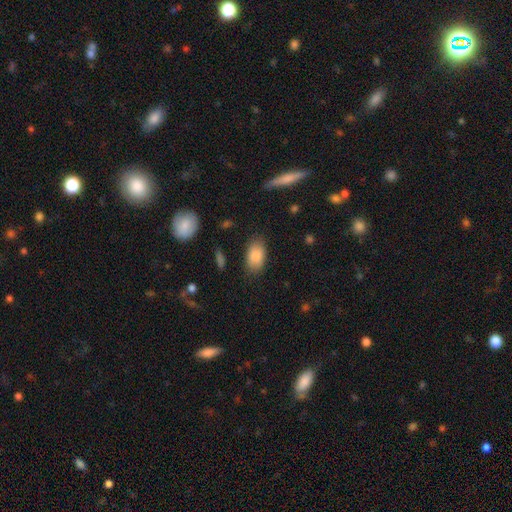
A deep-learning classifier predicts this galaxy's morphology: The model was most divided on "merging": none: 78%, minor disturbance: 16%, major disturbance: 4%, merger: 2%. More confident: how rounded — in between (92%); smooth or featured — smooth (86%).